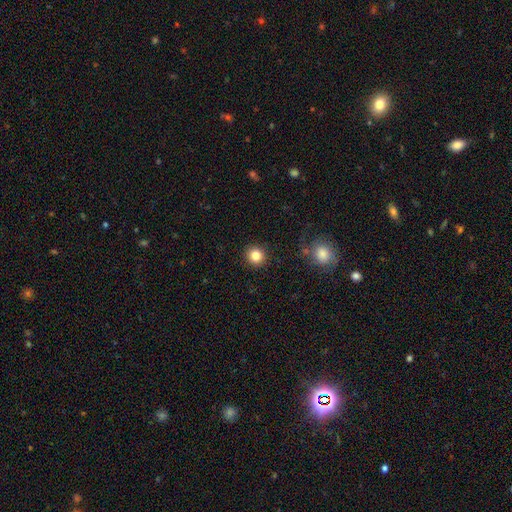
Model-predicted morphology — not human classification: type=smooth (83%); roundness=round (93%); merging=none (91%).